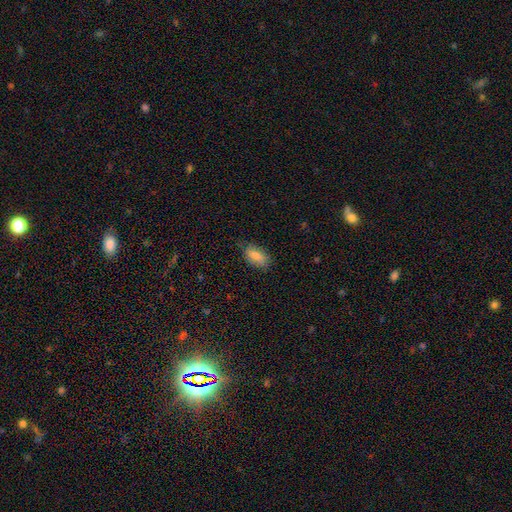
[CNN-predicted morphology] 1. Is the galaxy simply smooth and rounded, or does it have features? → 79% smooth, 13% featured or disk, 8% star or artifact.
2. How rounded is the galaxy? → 89% in between, 7% cigar-shaped, 4% round.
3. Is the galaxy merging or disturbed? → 76% none, 19% minor disturbance, 4% major disturbance, 1% merger.